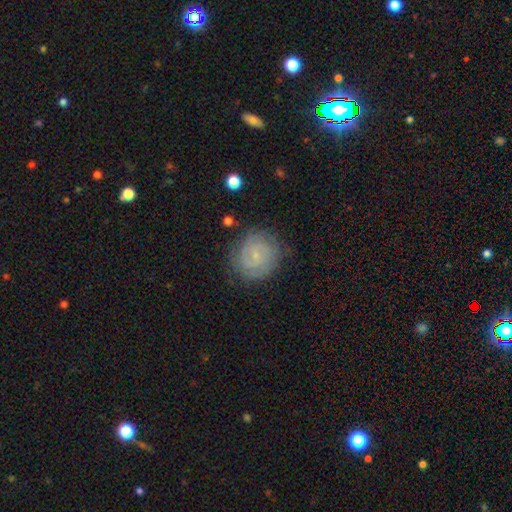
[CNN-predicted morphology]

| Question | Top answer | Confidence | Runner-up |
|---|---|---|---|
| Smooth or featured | featured or disk | 68% | smooth (23%) |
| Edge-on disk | no | 98% | yes (2%) |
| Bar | no | 61% | weak (33%) |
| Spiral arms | yes | 92% | no (8%) |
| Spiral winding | tight | 70% | medium (24%) |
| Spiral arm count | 2 | 49% | can't tell (27%) |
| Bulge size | small | 79% | moderate (11%) |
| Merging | none | 81% | minor disturbance (13%) |